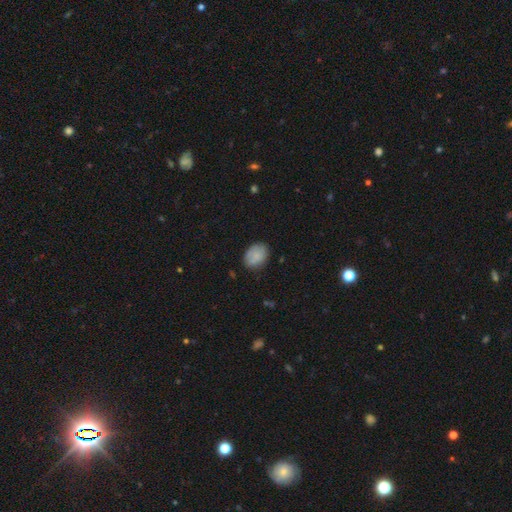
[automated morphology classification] This appears to be a smooth galaxy with no disk features (80%) that is in between round and cigar-shaped (76%). Merging: none (75%).